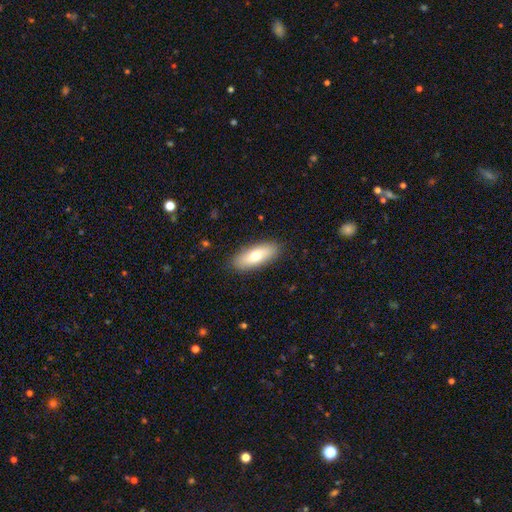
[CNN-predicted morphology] The model was most divided on "how rounded": in between: 73%, cigar-shaped: 25%, round: 2%. More confident: merging — none (88%); smooth or featured — smooth (73%).